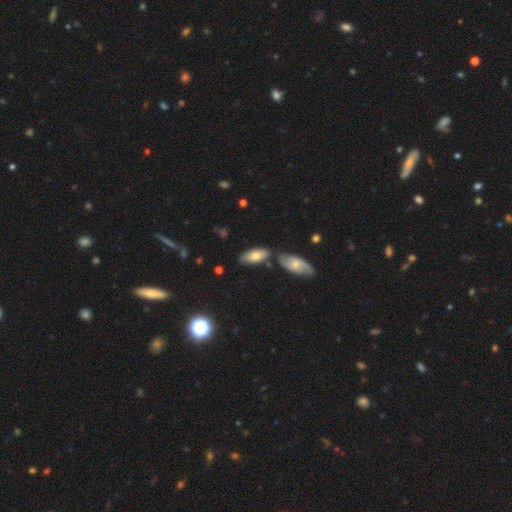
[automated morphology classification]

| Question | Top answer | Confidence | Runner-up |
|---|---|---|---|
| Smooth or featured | smooth | 72% | featured or disk (21%) |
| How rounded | in between | 88% | cigar-shaped (9%) |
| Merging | none | 68% | minor disturbance (15%) |